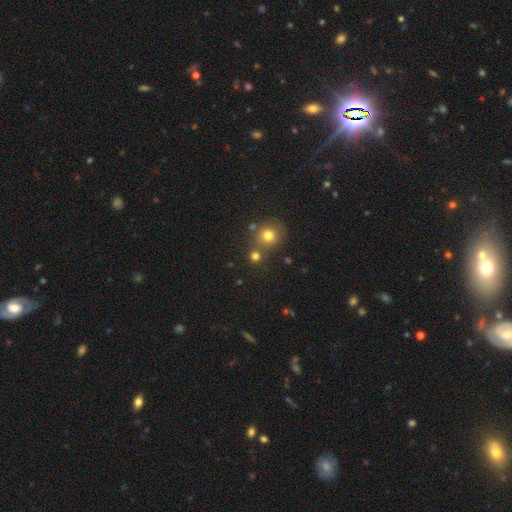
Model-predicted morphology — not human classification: A smooth galaxy with no disk features (66%) that is round (89%).

Vote fractions:
- Smooth or featured? smooth: 66% / star or artifact: 25% / featured or disk: 9%
- How rounded? round: 89% / in between: 10% / cigar-shaped: 1%
- Merging? none: 69% / merger: 20% / minor disturbance: 8% / major disturbance: 3%